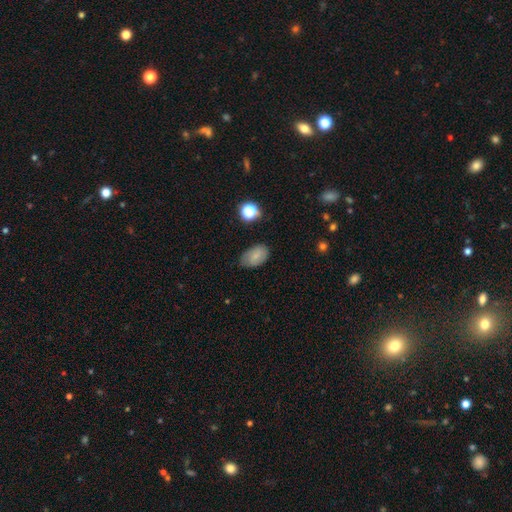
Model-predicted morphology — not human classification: Smooth or featured? Predicted: smooth (p=0.75). How rounded? Predicted: in between (p=0.90). Merging? Predicted: none (p=0.72).